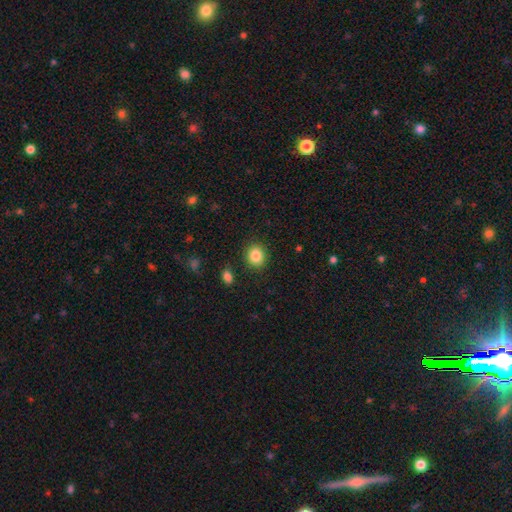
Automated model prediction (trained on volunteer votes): smooth 85%, star or artifact 10%, featured or disk 5%. Down the decision tree: how rounded — round (79%); merging — none (89%).